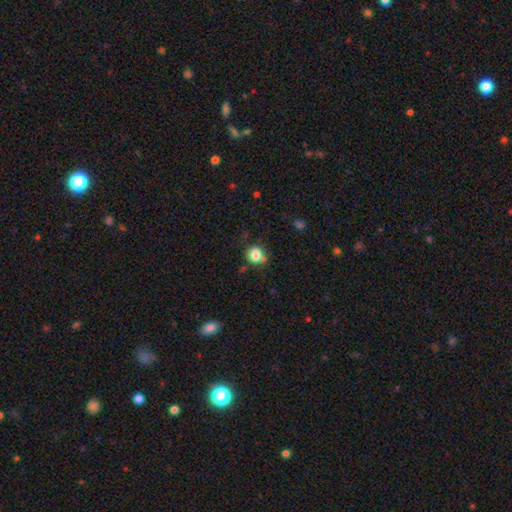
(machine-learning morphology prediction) type=smooth (81%); roundness=round (70%); merging=none (62%).